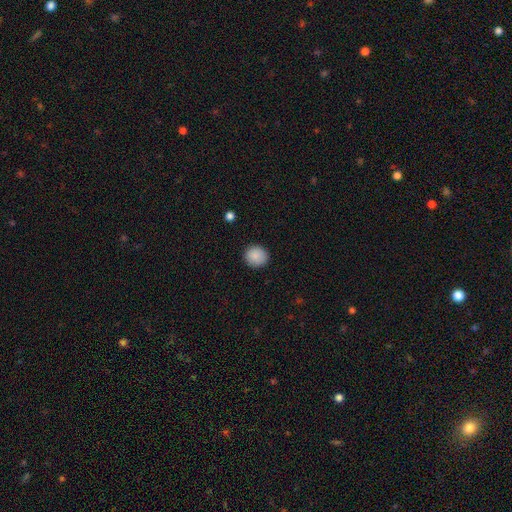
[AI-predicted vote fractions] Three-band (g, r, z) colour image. It shows a smooth galaxy with no disk features (88%) that is round (88%). Merging: none (90%).